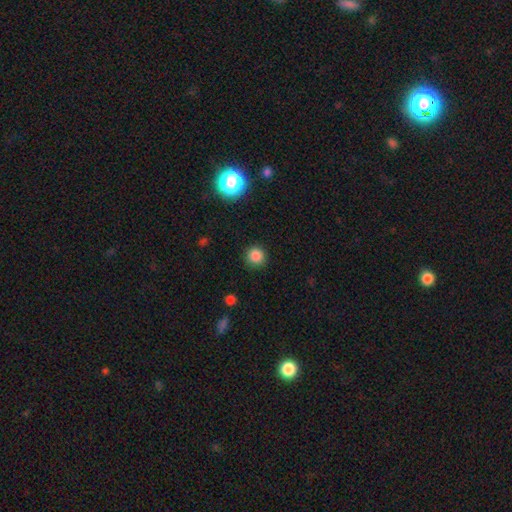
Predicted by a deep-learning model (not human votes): Q: Smooth or featured?
A: smooth (83%); runner-up: star or artifact (13%)
Q: How rounded?
A: round (93%); runner-up: in between (6%)
Q: Merging?
A: none (90%); runner-up: minor disturbance (7%)